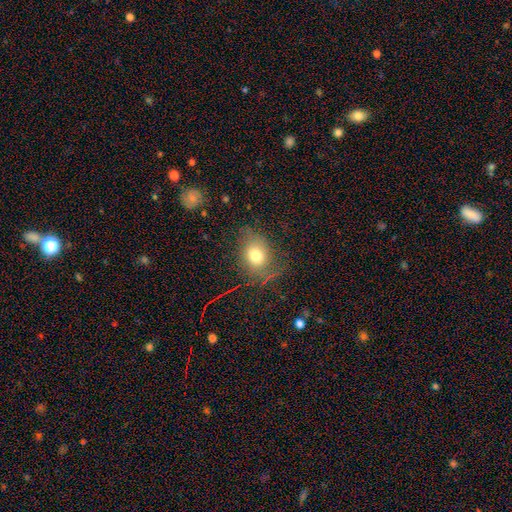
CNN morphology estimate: A smooth galaxy with no disk features (68%) that is in between round and cigar-shaped (55%). Merging: none (63%).